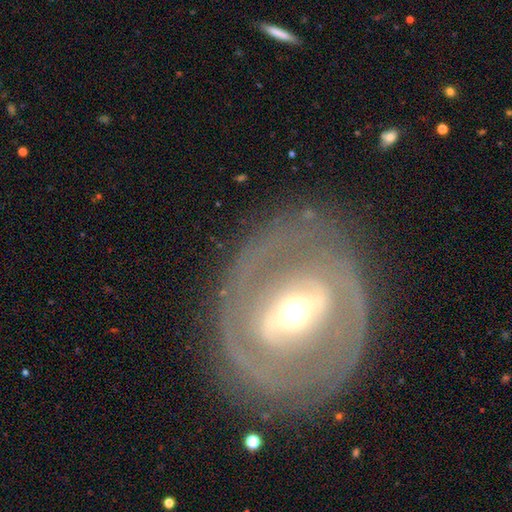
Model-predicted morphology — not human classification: smooth-or-featured: featured or disk: 78% | smooth: 16% | star or artifact: 6%
  disk-edge-on: no: 93% | yes: 7%
    bar: strong: 52% | weak: 30% | no: 18%
    has-spiral-arms: yes: 56% | no: 44%
    bulge-size: moderate: 62% | small: 25% | large: 10% | dominant: 2% | none: 1%
  merging: none: 77% | minor disturbance: 13% | major disturbance: 8% | merger: 2%